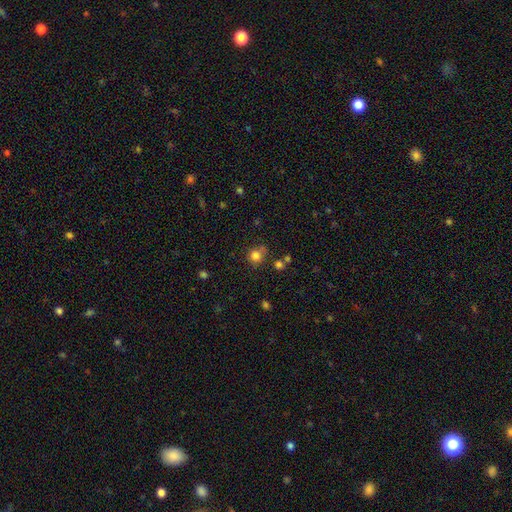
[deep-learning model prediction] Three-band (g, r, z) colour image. It shows a smooth galaxy with no disk features (80%) that is round (88%). Merging: none (68%).